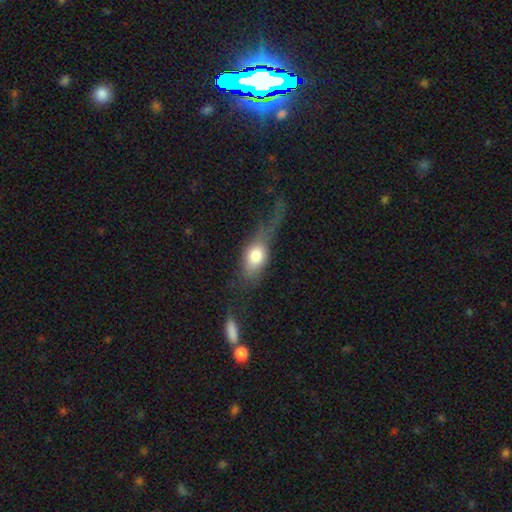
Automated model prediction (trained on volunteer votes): smooth_or_featured: smooth (p=0.68) [alt: featured or disk p=0.25]
how_rounded: in between (p=0.77) [alt: round p=0.14]
merging: major disturbance (p=0.51) [alt: none p=0.24]